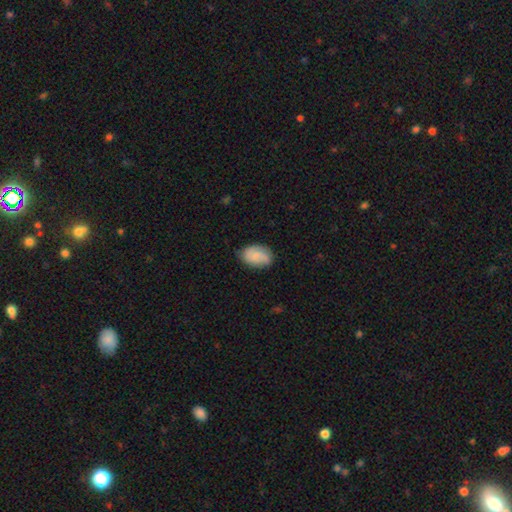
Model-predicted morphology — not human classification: Overall: smooth (71%). How rounded: in between (87%). Merging: none (72%).